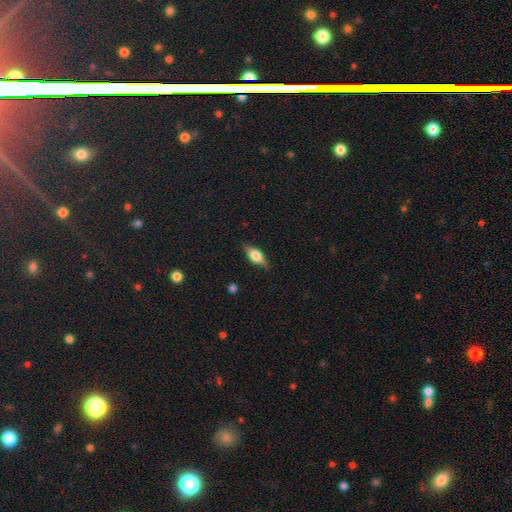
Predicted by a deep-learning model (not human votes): Smooth or featured? smooth (46%, tied with featured or disk)
Merging? none (84%)